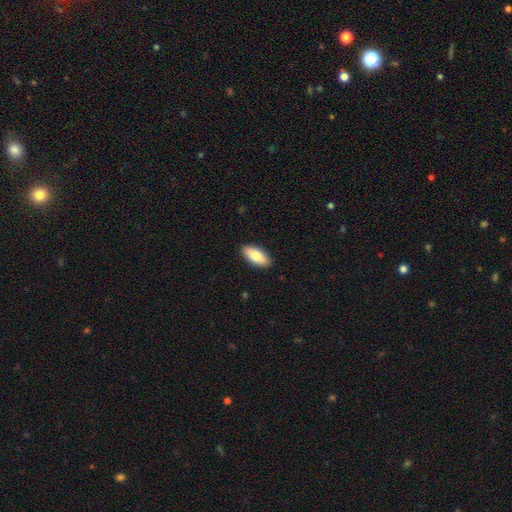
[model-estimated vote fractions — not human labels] A smooth galaxy with no disk features (81%) that is in between round and cigar-shaped (86%).

Vote fractions:
- Smooth or featured? smooth: 81% / featured or disk: 14% / star or artifact: 6%
- How rounded? in between: 86% / cigar-shaped: 12% / round: 2%
- Merging? none: 90% / minor disturbance: 7% / major disturbance: 2% / merger: 1%